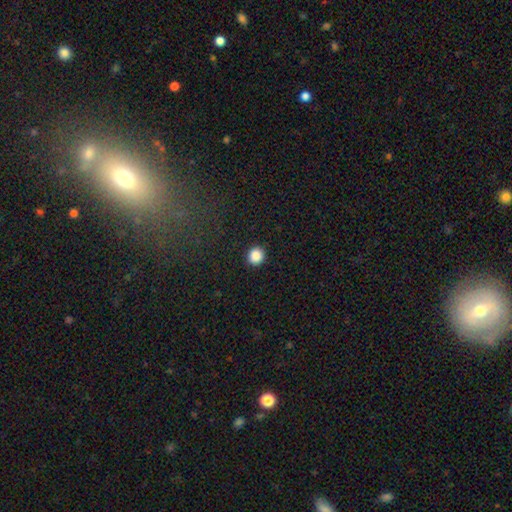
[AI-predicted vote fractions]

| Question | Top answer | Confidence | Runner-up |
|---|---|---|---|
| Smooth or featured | smooth | 87% | star or artifact (10%) |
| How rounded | round | 92% | in between (7%) |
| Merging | none | 92% | minor disturbance (5%) |